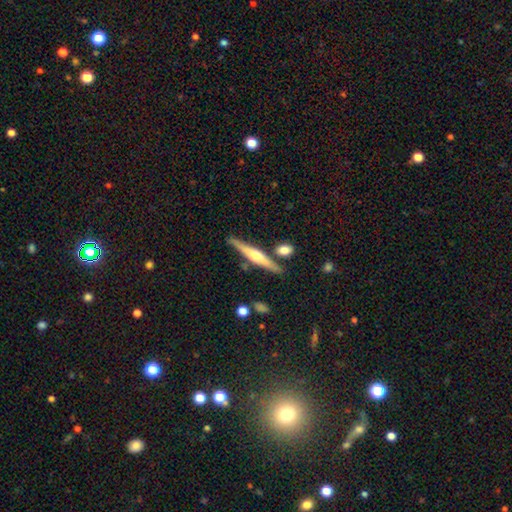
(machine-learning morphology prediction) This is likely a featured or disk galaxy (69%). It is clearly viewed edge-on (97%). Edge-on bulge: clearly rounded (90%). Merging: clearly none (81%).